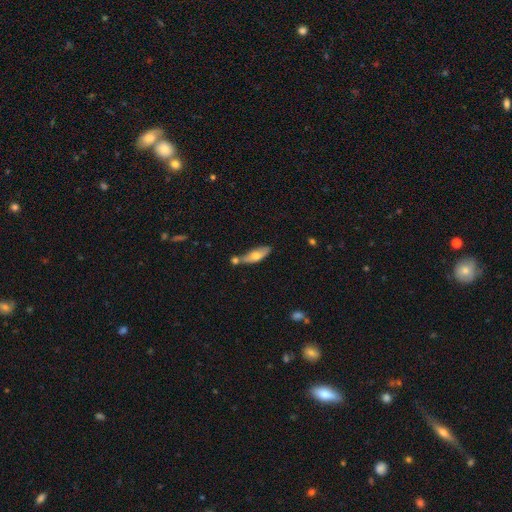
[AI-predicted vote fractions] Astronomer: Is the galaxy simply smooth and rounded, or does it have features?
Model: smooth — 61%.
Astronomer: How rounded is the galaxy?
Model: in between — 60% (runner-up: cigar-shaped, 38%).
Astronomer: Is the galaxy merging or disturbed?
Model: none — 45% (runner-up: merger, 30%).